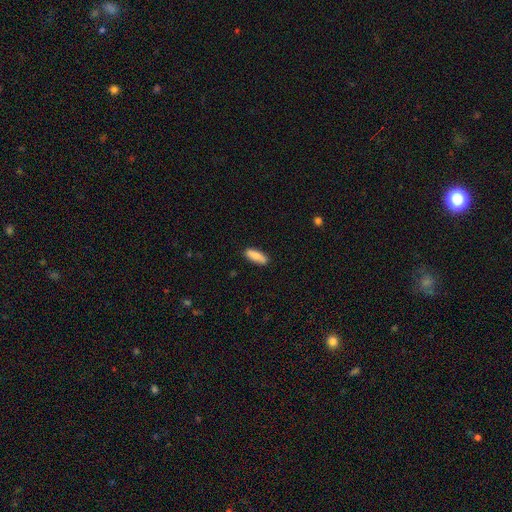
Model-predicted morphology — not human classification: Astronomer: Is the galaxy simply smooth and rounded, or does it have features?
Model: smooth — 85%.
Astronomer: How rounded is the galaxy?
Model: in between — 64%.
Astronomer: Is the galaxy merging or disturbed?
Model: none — 87%.